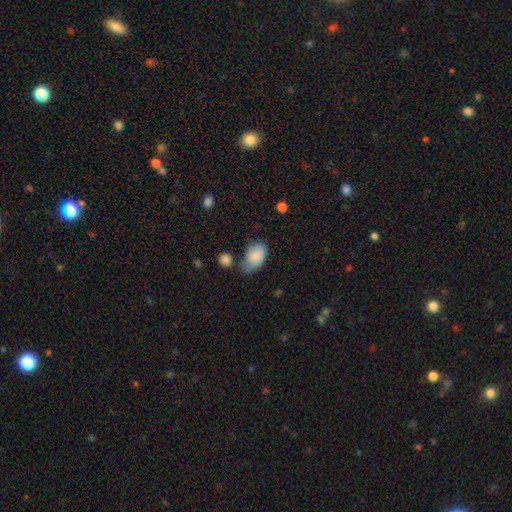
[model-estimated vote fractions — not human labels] A smooth galaxy with no disk features (85%) that is in between round and cigar-shaped (87%).

Vote fractions:
- Smooth or featured? smooth: 85% / star or artifact: 8% / featured or disk: 7%
- How rounded? in between: 87% / round: 12% / cigar-shaped: 1%
- Merging? none: 43% / minor disturbance: 36% / major disturbance: 12% / merger: 9%